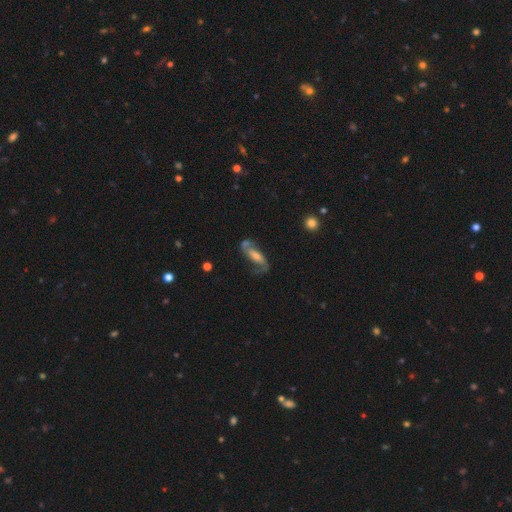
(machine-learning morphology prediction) A featured or disk galaxy (72%) with a weak bar (37%), 2 (84%) loose (47%) spiral arms (90%) and a moderate central bulge (38%).

Vote fractions:
- Smooth or featured? featured or disk: 72% / smooth: 21% / star or artifact: 7%
- Edge-on disk? no: 88% / yes: 12%
- Bar? weak: 37% / no: 35% / strong: 28%
- Spiral arms? yes: 90% / no: 10%
- Spiral winding? loose: 47% / medium: 38% / tight: 14%
- Spiral arm count? 2: 84% / can't tell: 7% / 1: 6% / 3: 1% / 4: 1% / more than 4: 1%
- Bulge size? moderate: 38% / small: 30% / large: 17% / none: 12% / dominant: 3%
- Merging? none: 53% / minor disturbance: 21% / major disturbance: 17% / merger: 9%